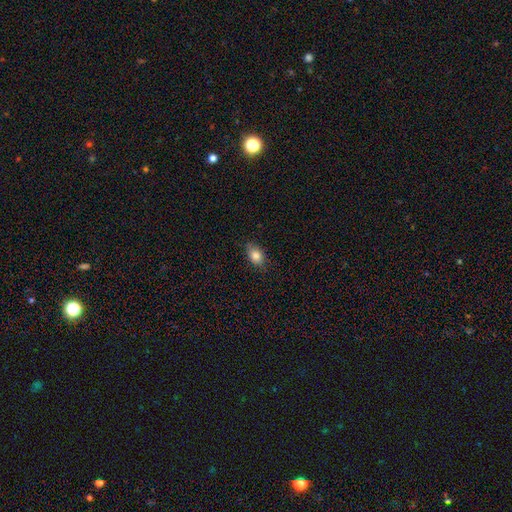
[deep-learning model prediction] A smooth galaxy with no disk features (83%) that is in between round and cigar-shaped (80%). Merging: none (81%).